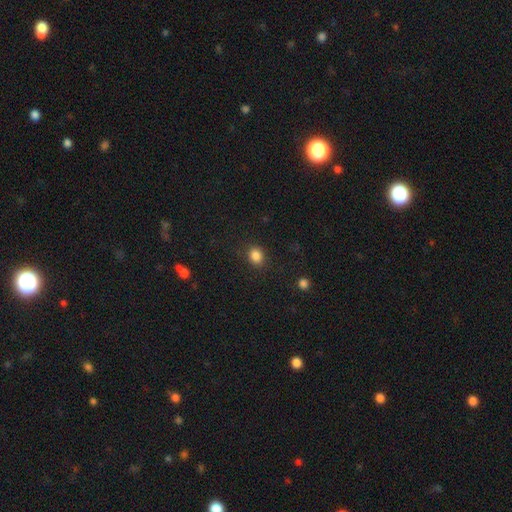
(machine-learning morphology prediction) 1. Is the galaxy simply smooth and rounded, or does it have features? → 86% smooth, 11% star or artifact, 4% featured or disk.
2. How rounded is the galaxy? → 59% round, 40% in between, 1% cigar-shaped.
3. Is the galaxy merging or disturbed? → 86% none, 10% minor disturbance, 3% major disturbance, 1% merger.